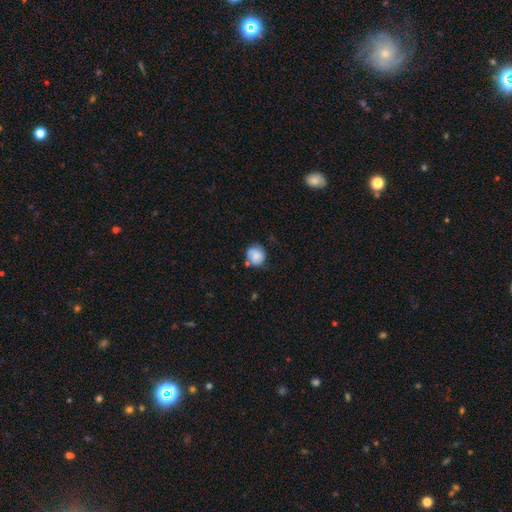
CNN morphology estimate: This appears to be a smooth galaxy with no disk features (82%) that is round (82%). Merging: none (66%).